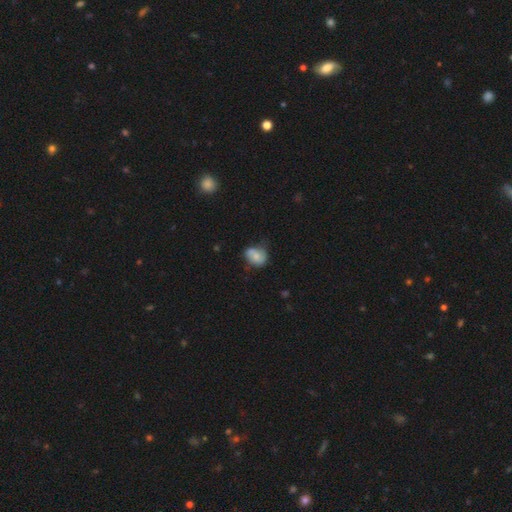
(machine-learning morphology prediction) Smooth or featured: smooth — 66% (featured or disk — 25%)
How rounded: in between — 53% (round — 46%)
Merging: none — 42% (minor disturbance — 30%)